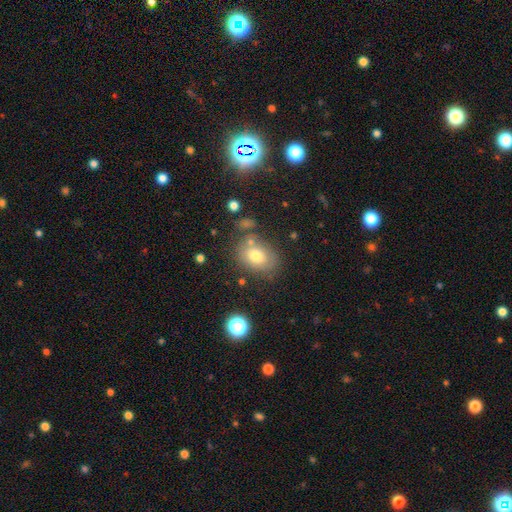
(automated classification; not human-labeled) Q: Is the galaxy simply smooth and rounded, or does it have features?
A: smooth — 73%.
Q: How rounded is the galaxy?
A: in between — 60%.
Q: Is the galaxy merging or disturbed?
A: none — 69%.